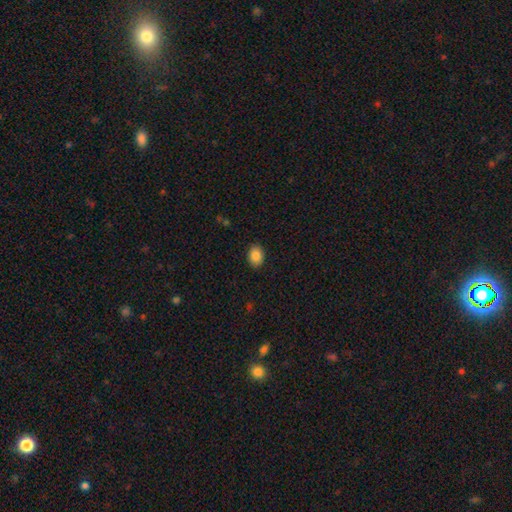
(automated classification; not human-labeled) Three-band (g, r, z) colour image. It shows a smooth galaxy with no disk features (87%) that is in between round and cigar-shaped (69%). Merging: none (89%).